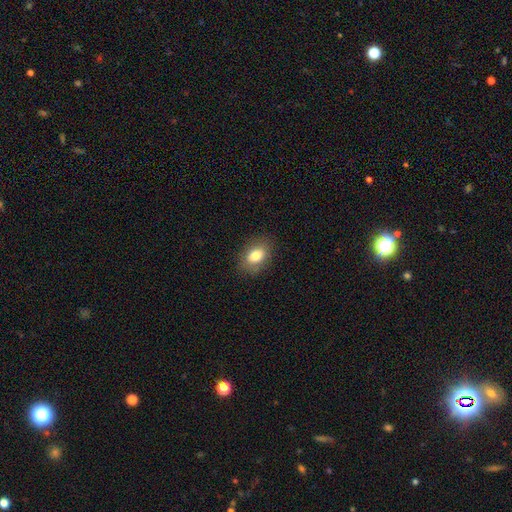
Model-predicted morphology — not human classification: A smooth galaxy with no disk features (80%) that is in between round and cigar-shaped (81%).

Vote fractions:
- Smooth or featured? smooth: 80% / featured or disk: 11% / star or artifact: 9%
- How rounded? in between: 81% / round: 17% / cigar-shaped: 2%
- Merging? none: 84% / minor disturbance: 12% / major disturbance: 3% / merger: 1%